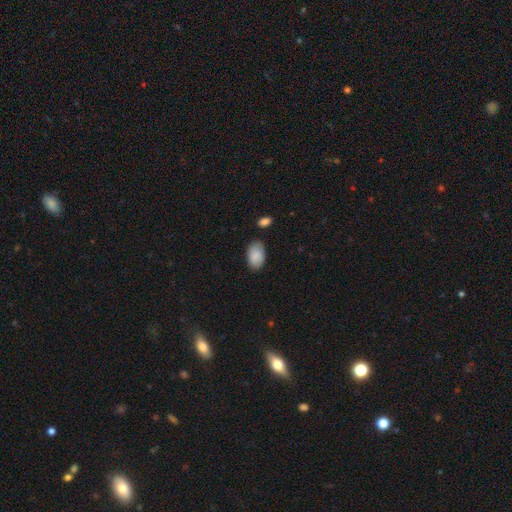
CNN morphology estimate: Q: Smooth or featured?
A: smooth (89%); runner-up: star or artifact (6%)
Q: How rounded?
A: in between (93%); runner-up: round (5%)
Q: Merging?
A: none (79%); runner-up: minor disturbance (15%)